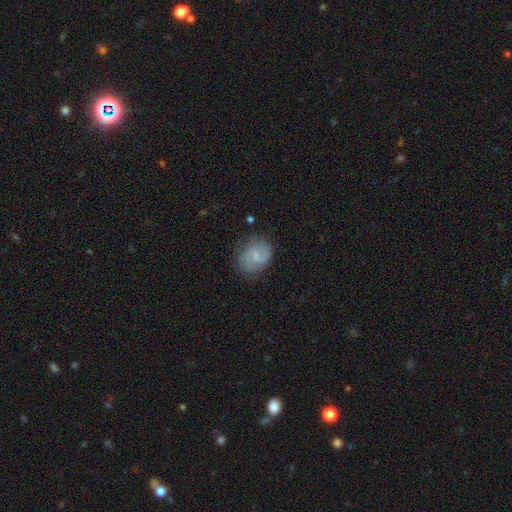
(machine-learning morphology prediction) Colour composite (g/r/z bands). It shows a featured or disk galaxy (53%) with a weak bar (57%), spiral arms (84%) and a small central bulge (48%). Merging: none (70%).